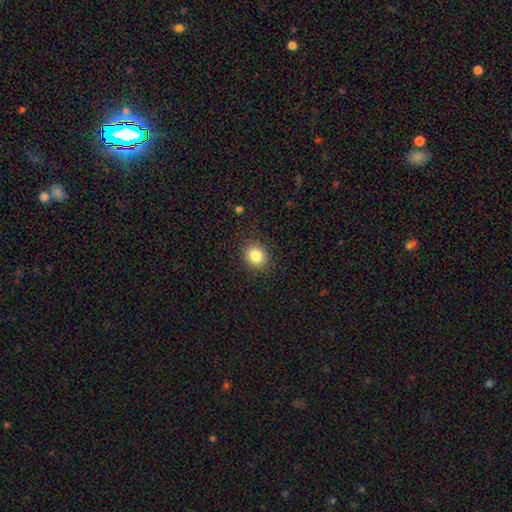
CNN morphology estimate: type=smooth (83%); roundness=round (73%); merging=none (89%).